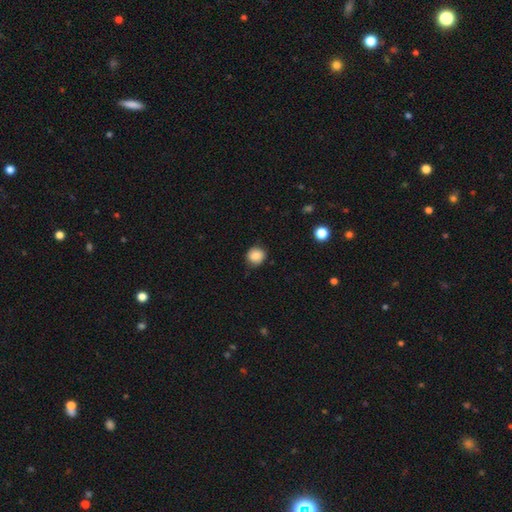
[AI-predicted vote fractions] Overall: smooth (85%). How rounded: round (85%). Merging: none (83%).